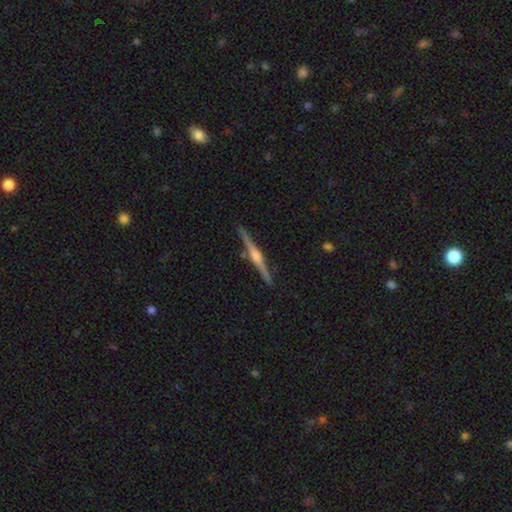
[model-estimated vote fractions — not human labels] This appears to be a featured or disk galaxy (84%) viewed edge-on (99%) with a rounded central bulge (85%). Merging: none (90%).